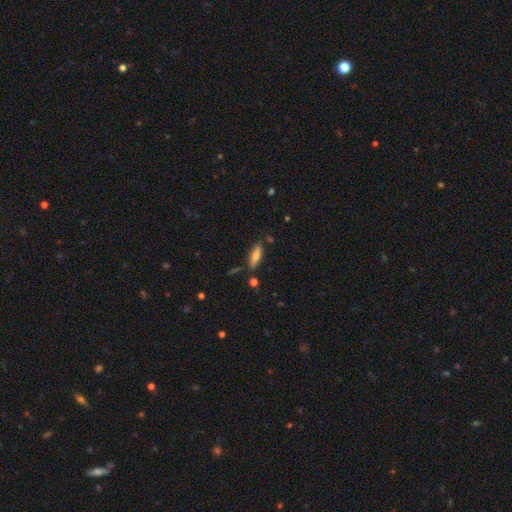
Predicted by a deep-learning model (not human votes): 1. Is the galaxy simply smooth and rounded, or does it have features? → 65% smooth, 28% featured or disk, 7% star or artifact.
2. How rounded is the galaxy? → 62% cigar-shaped, 36% in between, 2% round.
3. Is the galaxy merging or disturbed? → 78% none, 14% minor disturbance, 5% merger, 3% major disturbance.